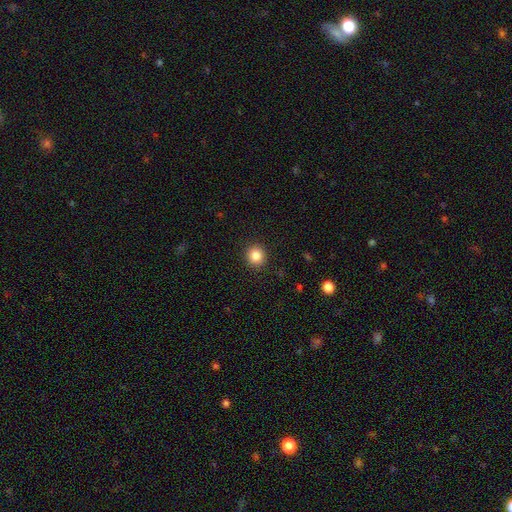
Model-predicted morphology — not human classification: smooth_or_featured: smooth (p=0.85) [alt: star or artifact p=0.10]
how_rounded: round (p=0.91) [alt: in between p=0.08]
merging: none (p=0.92) [alt: minor disturbance p=0.05]